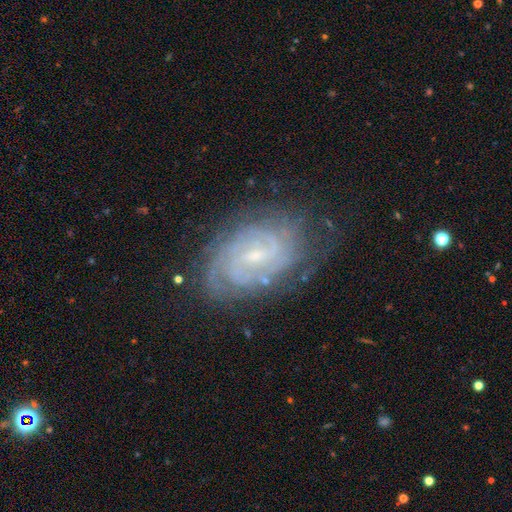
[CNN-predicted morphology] Smooth or featured?
  - featured or disk: 85% *
  - smooth: 8%
  - star or artifact: 7%
Edge-on disk?
  - no: 96% *
  - yes: 4%
Bar?
  - weak: 51% *
  - no: 34%
  - strong: 15%
Spiral arms?
  - yes: 97% *
  - no: 3%
Spiral winding?
  - tight: 74% *
  - medium: 22%
  - loose: 4%
Spiral arm count?
  - can't tell: 30% *
  - 2: 29%
  - 3: 16%
  - 4: 13%
  - more than 4: 6%
  - 1: 5%
Bulge size?
  - small: 70% *
  - moderate: 22%
  - none: 5%
  - large: 1%
  - dominant: 1%
Merging?
  - none: 74% *
  - minor disturbance: 18%
  - major disturbance: 6%
  - merger: 2%